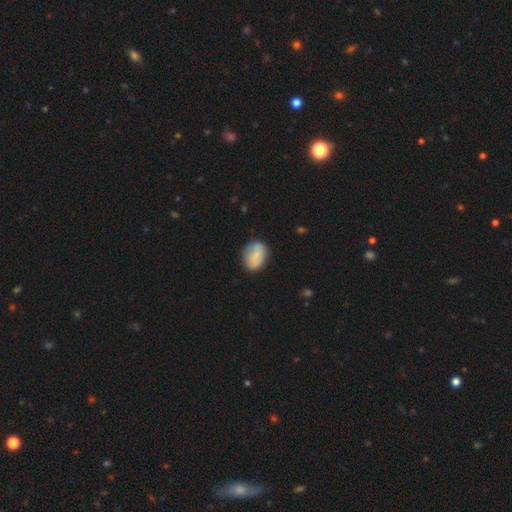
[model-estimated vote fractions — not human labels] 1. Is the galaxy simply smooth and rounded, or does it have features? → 71% smooth, 22% featured or disk, 7% star or artifact.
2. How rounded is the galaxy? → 72% in between, 27% round, 1% cigar-shaped.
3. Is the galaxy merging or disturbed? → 72% none, 20% minor disturbance, 5% major disturbance, 3% merger.